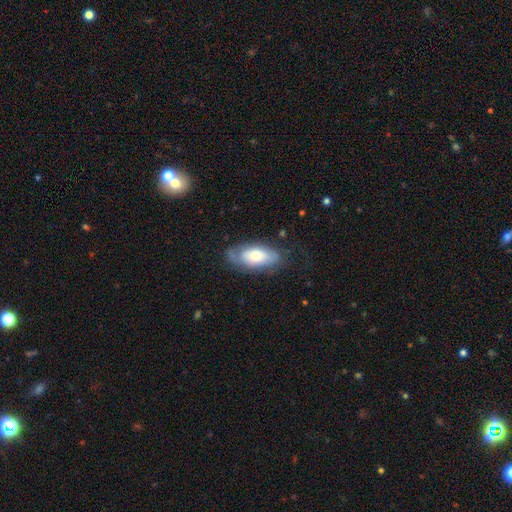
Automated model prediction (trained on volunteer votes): The model was most divided on "smooth or featured": smooth: 56%, featured or disk: 38%, star or artifact: 6%. More confident: how rounded — in between (88%); merging — none (65%).